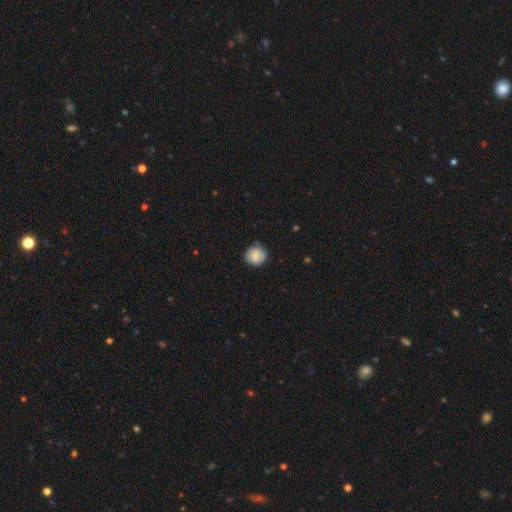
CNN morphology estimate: This appears to be a smooth galaxy with no disk features (76%) that is round (90%). Merging: none (78%).